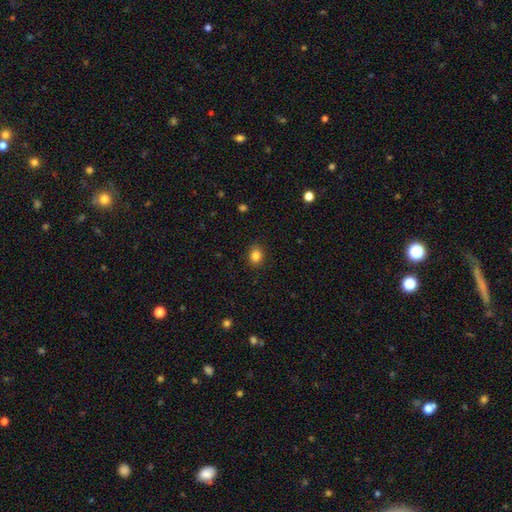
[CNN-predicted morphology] type=smooth (84%); roundness=round (63%); merging=none (86%).